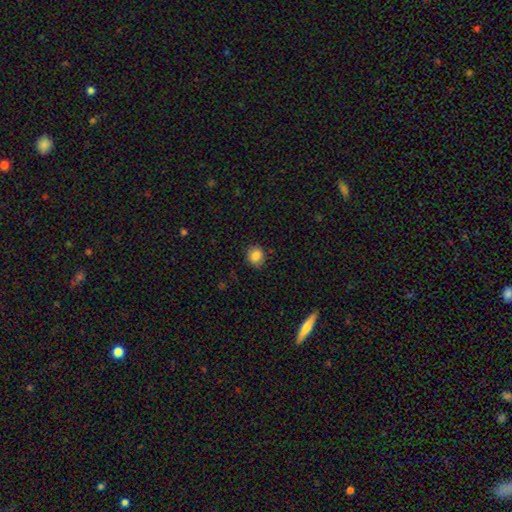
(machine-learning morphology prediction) The model was most divided on "how rounded": round: 70%, in between: 29%, cigar-shaped: 1%. More confident: merging — none (86%); smooth or featured — smooth (85%).